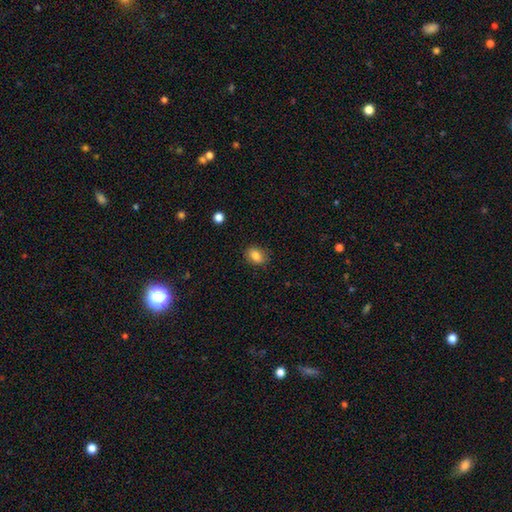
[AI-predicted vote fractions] Smooth or featured?
  - smooth: 82% *
  - star or artifact: 9%
  - featured or disk: 9%
How rounded?
  - in between: 69% *
  - round: 29%
  - cigar-shaped: 1%
Merging?
  - none: 84% *
  - minor disturbance: 12%
  - major disturbance: 3%
  - merger: 1%